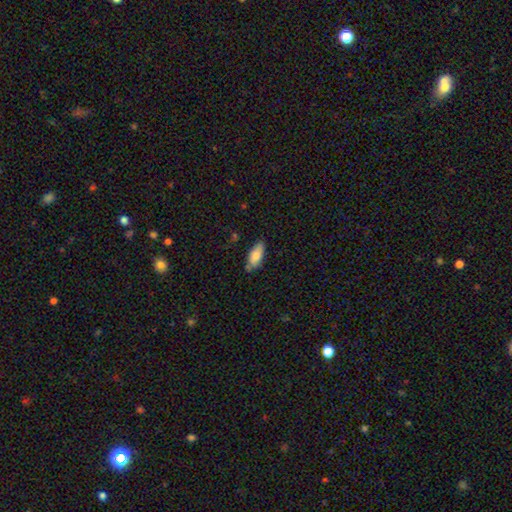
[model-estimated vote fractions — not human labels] Smooth or featured: smooth — 83% (featured or disk — 10%)
How rounded: in between — 81% (cigar-shaped — 17%)
Merging: none — 72% (minor disturbance — 21%)